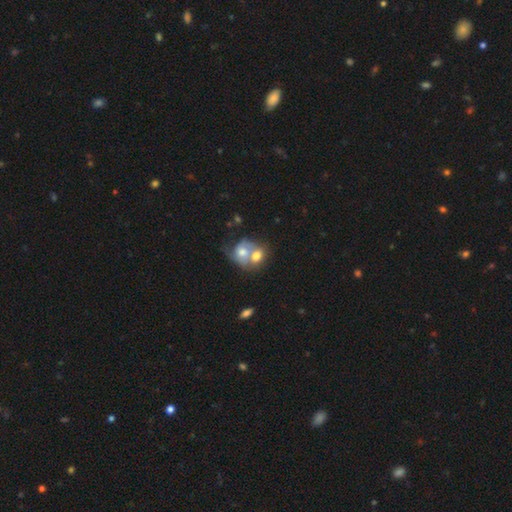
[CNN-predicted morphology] A smooth galaxy with no disk features (60%) that is round (56%). Merging: merger (74%).